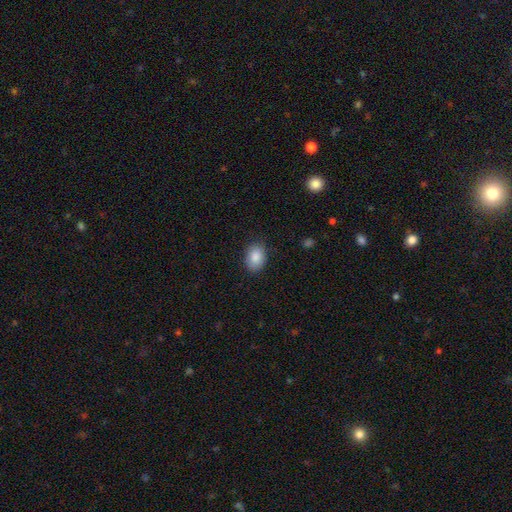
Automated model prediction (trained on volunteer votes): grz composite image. It shows a smooth galaxy with no disk features (87%) that is in between round and cigar-shaped (74%). Merging: none (86%).